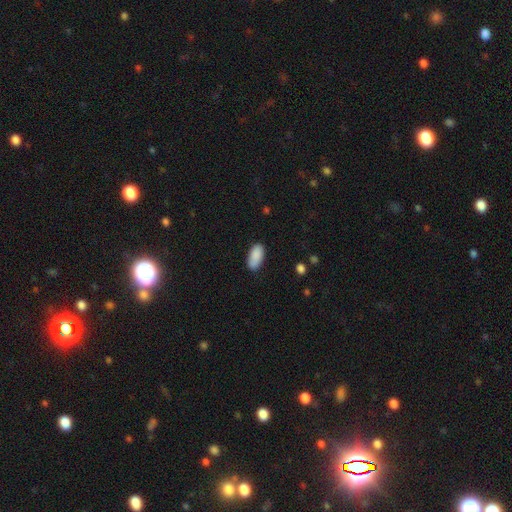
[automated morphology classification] Smooth or featured?
  - smooth: 89% *
  - star or artifact: 6%
  - featured or disk: 4%
How rounded?
  - in between: 92% *
  - cigar-shaped: 6%
  - round: 2%
Merging?
  - none: 82% *
  - minor disturbance: 14%
  - major disturbance: 3%
  - merger: 1%